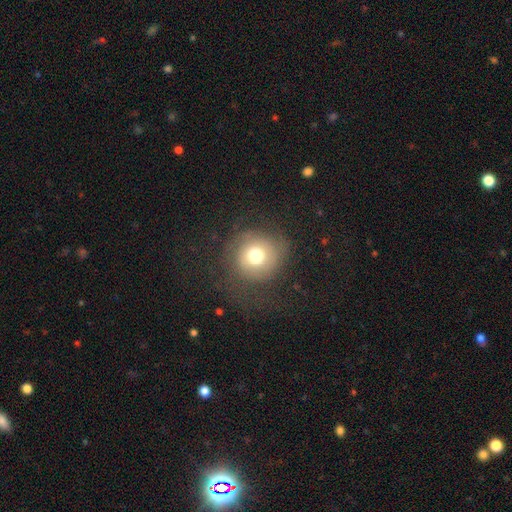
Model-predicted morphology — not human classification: A smooth galaxy with no disk features (69%) that is round (91%).

Vote fractions:
- Smooth or featured? smooth: 69% / featured or disk: 17% / star or artifact: 14%
- How rounded? round: 91% / in between: 8% / cigar-shaped: 1%
- Merging? none: 69% / minor disturbance: 15% / major disturbance: 14% / merger: 1%